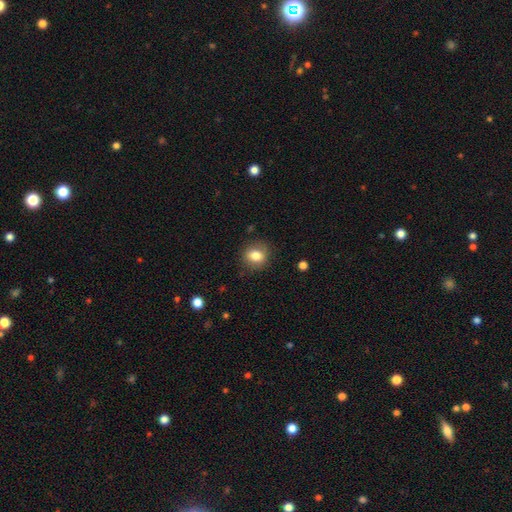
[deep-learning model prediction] smooth-or-featured: smooth: 81% | star or artifact: 10% | featured or disk: 10%
  how-rounded: round: 68% | in between: 31% | cigar-shaped: 1%
  merging: none: 85% | minor disturbance: 11% | major disturbance: 3% | merger: 1%